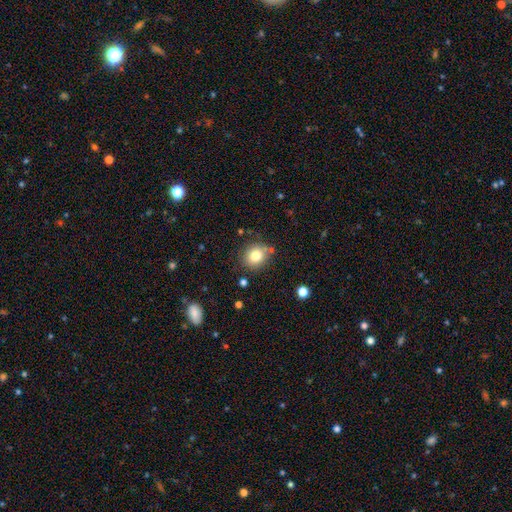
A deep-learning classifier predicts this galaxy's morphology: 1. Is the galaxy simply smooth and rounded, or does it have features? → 80% smooth, 11% star or artifact, 9% featured or disk.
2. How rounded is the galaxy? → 73% round, 26% in between, 1% cigar-shaped.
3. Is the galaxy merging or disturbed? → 79% none, 13% minor disturbance, 5% merger, 3% major disturbance.